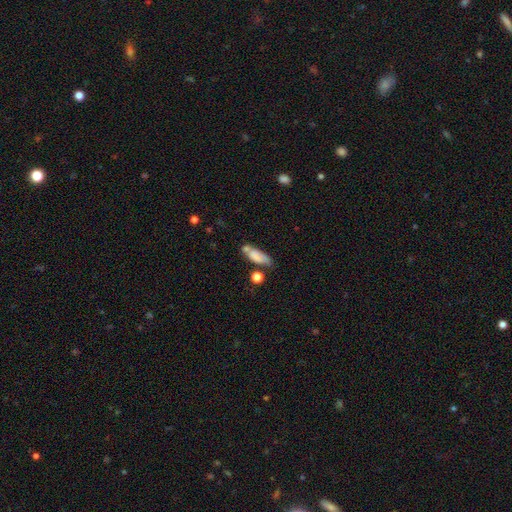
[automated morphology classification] A smooth galaxy with no disk features (72%) that is in between round and cigar-shaped (68%).

Vote fractions:
- Smooth or featured? smooth: 72% / featured or disk: 18% / star or artifact: 9%
- How rounded? in between: 68% / cigar-shaped: 28% / round: 4%
- Merging? none: 40% / merger: 25% / minor disturbance: 23% / major disturbance: 12%